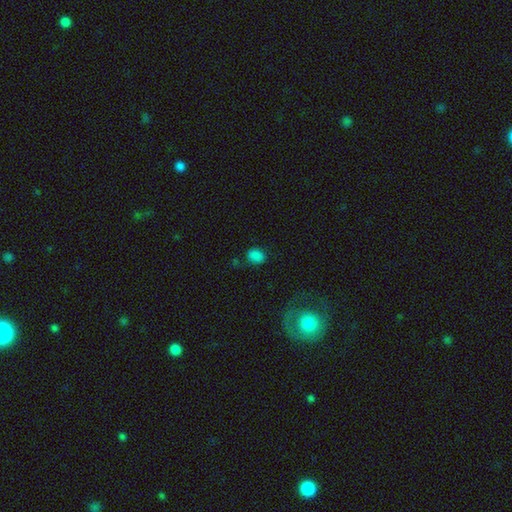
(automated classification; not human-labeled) Overall: smooth (79%). How rounded: in between (66%; round 33%). Merging: none (69%).